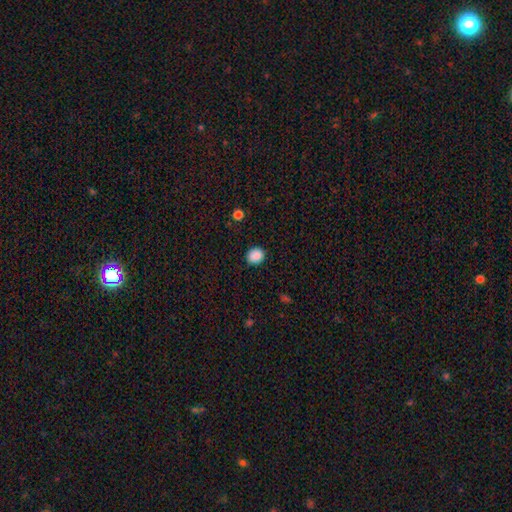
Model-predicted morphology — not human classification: A smooth galaxy with no disk features (88%) that is round (64%). Merging: none (86%).